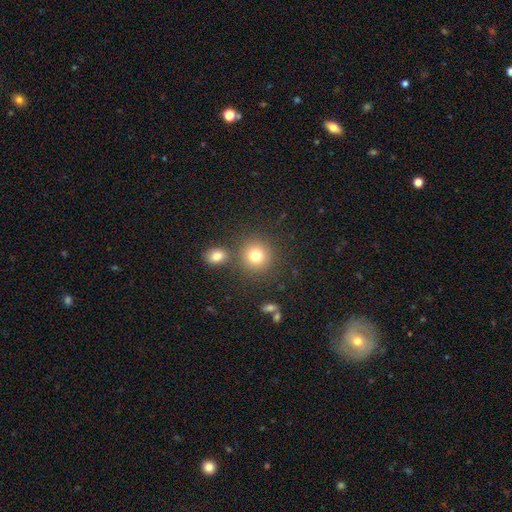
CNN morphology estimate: Q: Smooth or featured?
A: smooth (80%); runner-up: star or artifact (12%)
Q: How rounded?
A: round (90%); runner-up: in between (9%)
Q: Merging?
A: none (77%); runner-up: merger (11%)